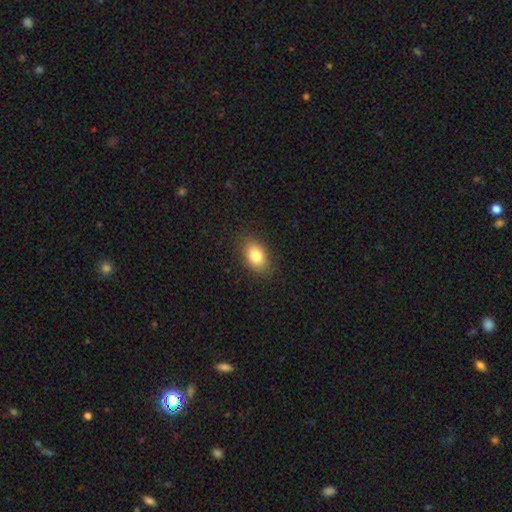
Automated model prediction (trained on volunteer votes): Q: Smooth or featured?
A: smooth (82%); runner-up: featured or disk (9%)
Q: How rounded?
A: in between (82%); runner-up: round (16%)
Q: Merging?
A: none (87%); runner-up: minor disturbance (10%)